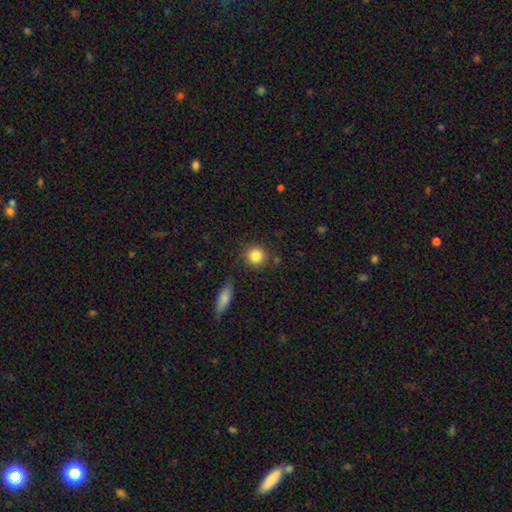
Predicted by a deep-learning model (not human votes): Overall: smooth (85%). How rounded: round (91%). Merging: none (85%).